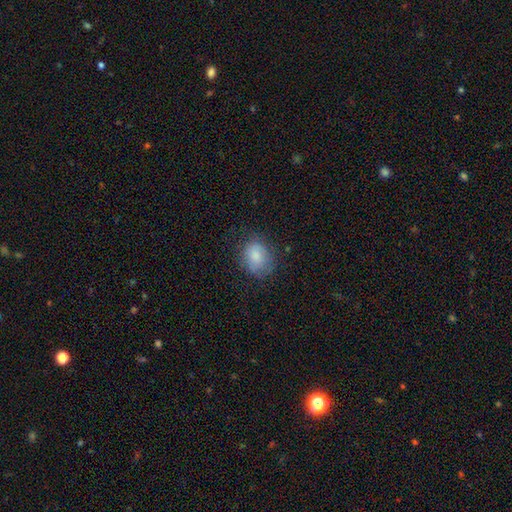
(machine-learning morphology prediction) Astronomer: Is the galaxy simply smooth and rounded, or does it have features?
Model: smooth — 81%.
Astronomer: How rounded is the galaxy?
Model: round — 53% (runner-up: in between, 46%).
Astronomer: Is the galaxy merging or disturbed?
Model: none — 68%.